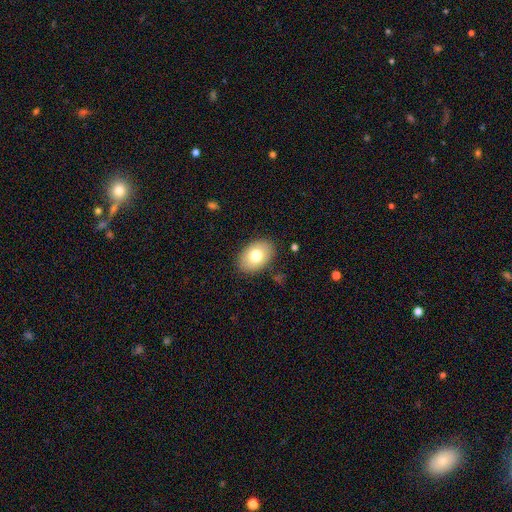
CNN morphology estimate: type=smooth (77%); roundness=in between (85%); merging=none (87%).